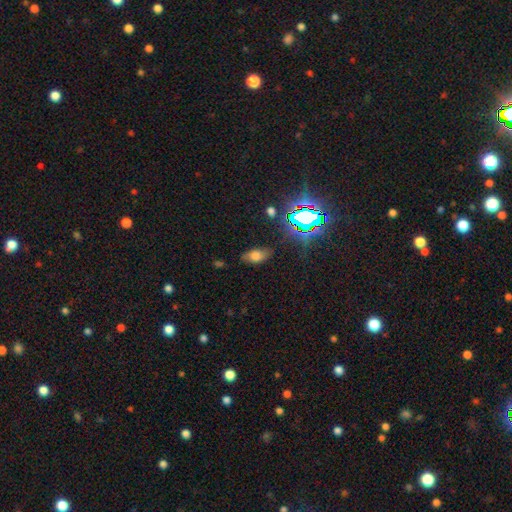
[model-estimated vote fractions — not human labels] Q: Smooth or featured?
A: smooth (62%); runner-up: star or artifact (21%)
Q: How rounded?
A: in between (87%); runner-up: round (7%)
Q: Merging?
A: none (75%); runner-up: minor disturbance (18%)